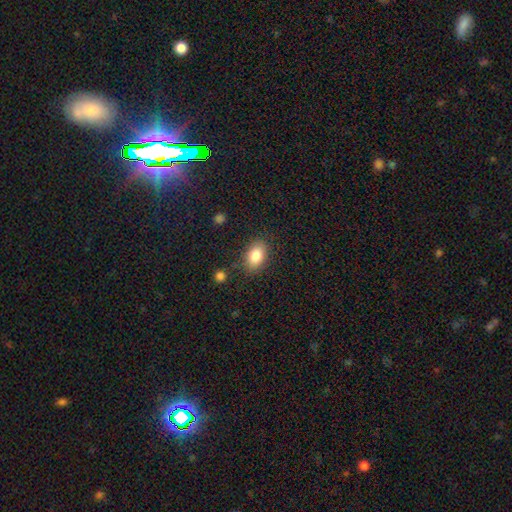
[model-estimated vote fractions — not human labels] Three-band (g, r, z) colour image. It shows a smooth galaxy with no disk features (85%) that is in between round and cigar-shaped (87%). Merging: none (83%).